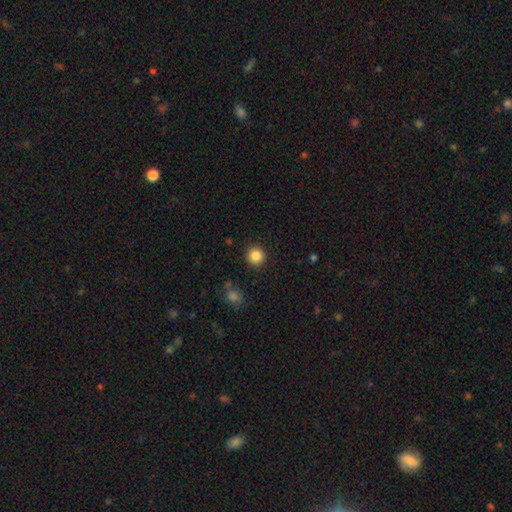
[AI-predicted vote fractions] Smooth or featured?
  - smooth: 85% *
  - star or artifact: 10%
  - featured or disk: 5%
How rounded?
  - round: 94% *
  - in between: 5%
  - cigar-shaped: 1%
Merging?
  - none: 92% *
  - minor disturbance: 5%
  - major disturbance: 2%
  - merger: 1%